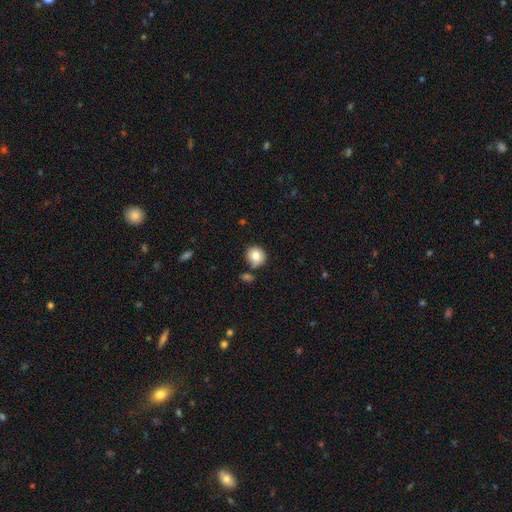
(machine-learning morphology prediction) This is clearly a smooth galaxy (82%). How rounded: clearly round (83%). Merging: likely none (72%).